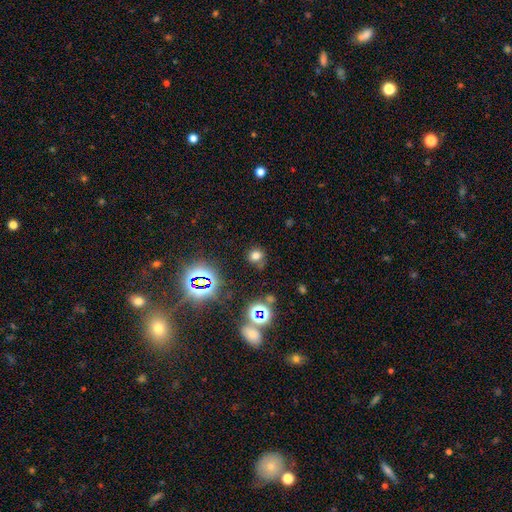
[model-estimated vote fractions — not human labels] Q: Smooth or featured?
A: smooth (64%); runner-up: star or artifact (28%)
Q: How rounded?
A: round (78%); runner-up: in between (21%)
Q: Merging?
A: none (74%); runner-up: minor disturbance (14%)